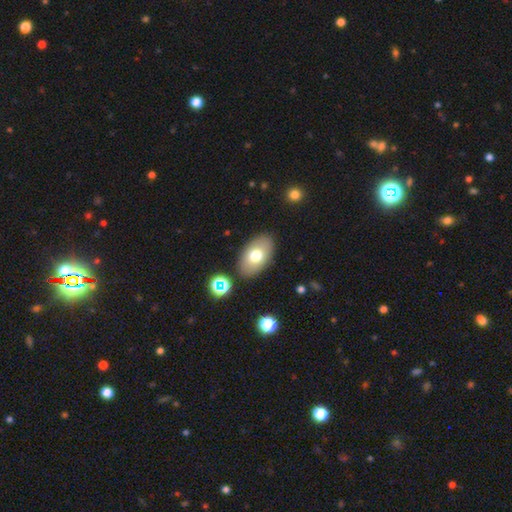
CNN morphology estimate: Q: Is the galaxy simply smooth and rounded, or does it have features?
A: smooth — 71%.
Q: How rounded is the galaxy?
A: in between — 91%.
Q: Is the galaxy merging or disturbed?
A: none — 86%.